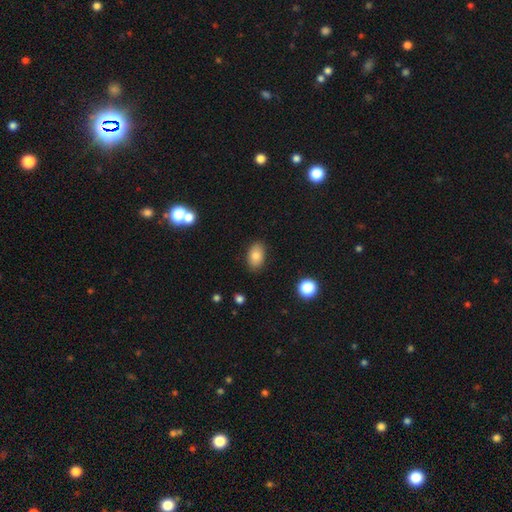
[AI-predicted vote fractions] smooth_or_featured: smooth (p=0.82) [alt: featured or disk p=0.09]
how_rounded: in between (p=0.88) [alt: round p=0.10]
merging: none (p=0.85) [alt: minor disturbance p=0.11]